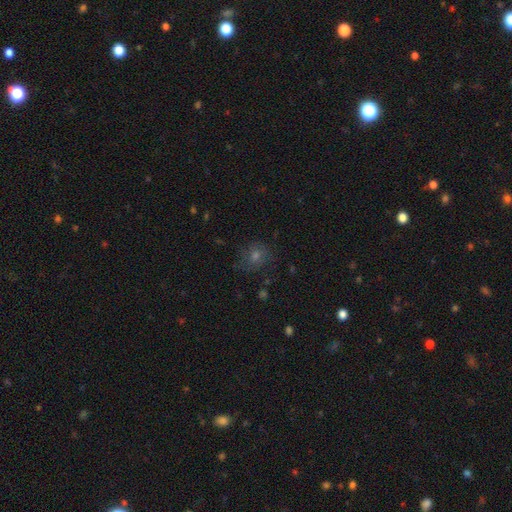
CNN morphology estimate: Overall: smooth (48%; star or artifact 30%). Merging: none (75%).